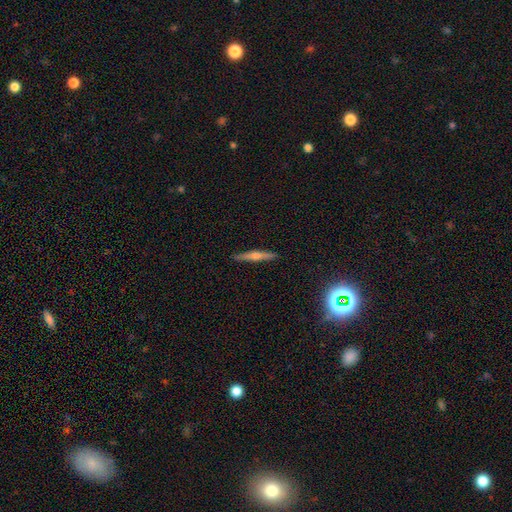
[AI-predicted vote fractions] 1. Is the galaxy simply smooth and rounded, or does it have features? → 60% featured or disk, 28% smooth, 11% star or artifact.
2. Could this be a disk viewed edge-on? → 97% yes, 3% no.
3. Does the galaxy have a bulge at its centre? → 81% rounded, 12% none, 7% boxy.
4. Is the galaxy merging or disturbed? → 91% none, 7% minor disturbance, 1% major disturbance, 1% merger.